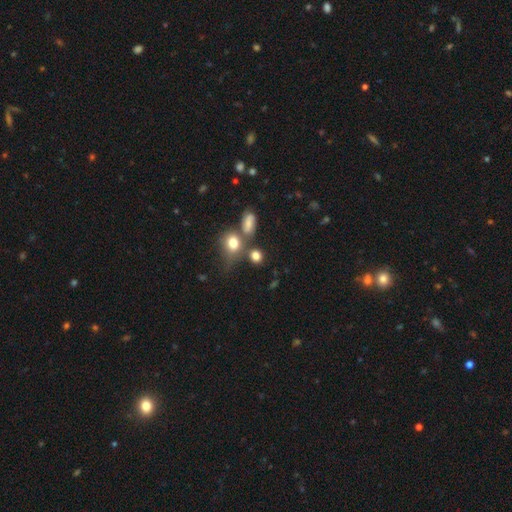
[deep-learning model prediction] smooth_or_featured: smooth (p=0.79) [alt: star or artifact p=0.12]
how_rounded: round (p=0.70) [alt: in between p=0.28]
merging: none (p=0.56) [alt: merger p=0.25]